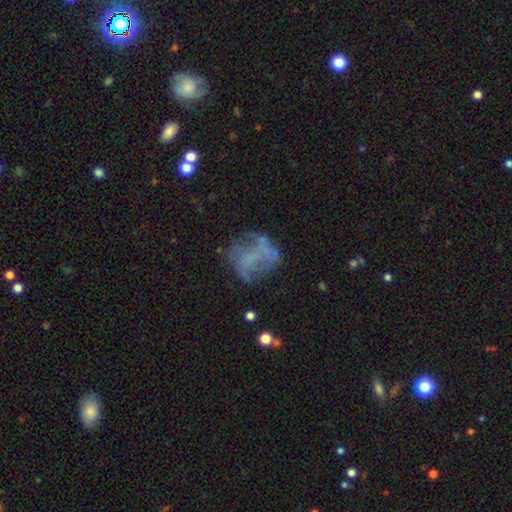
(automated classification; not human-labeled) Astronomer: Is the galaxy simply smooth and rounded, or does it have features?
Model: featured or disk — 49% (runner-up: smooth, 32%).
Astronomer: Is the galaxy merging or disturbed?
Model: none — 46% (runner-up: major disturbance, 27%).